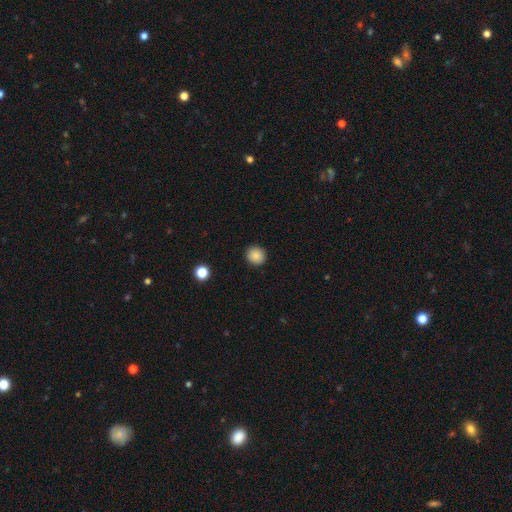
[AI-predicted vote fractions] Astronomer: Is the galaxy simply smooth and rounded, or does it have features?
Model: smooth — 86%.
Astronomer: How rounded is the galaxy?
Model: round — 89%.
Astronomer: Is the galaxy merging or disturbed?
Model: none — 92%.